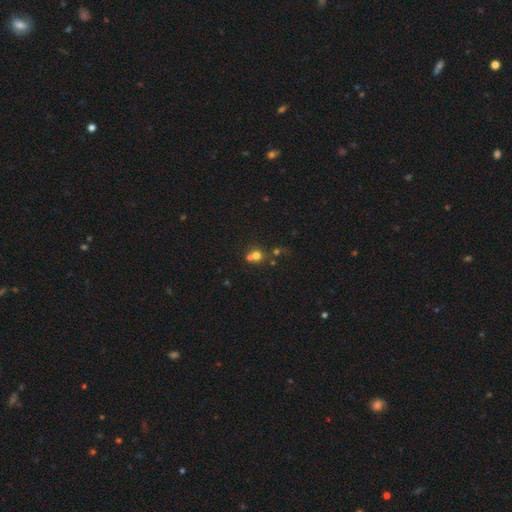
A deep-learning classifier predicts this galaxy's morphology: This appears to be a smooth galaxy with no disk features (64%) that is round (87%). Merging: none (45%, tied with merger).